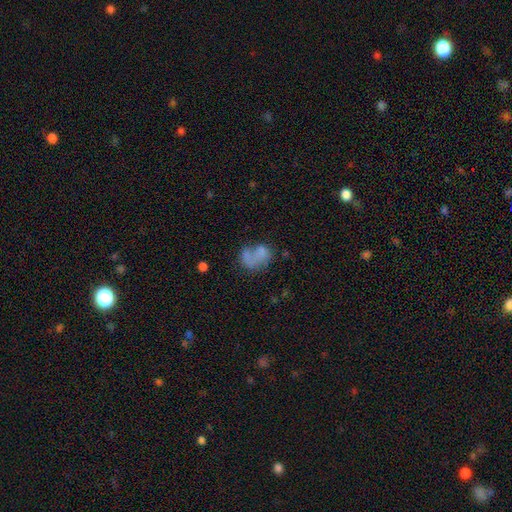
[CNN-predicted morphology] Overall: smooth (59%; featured or disk 27%). How rounded: in between (66%; round 32%). Merging: merger (36%; none 29%).